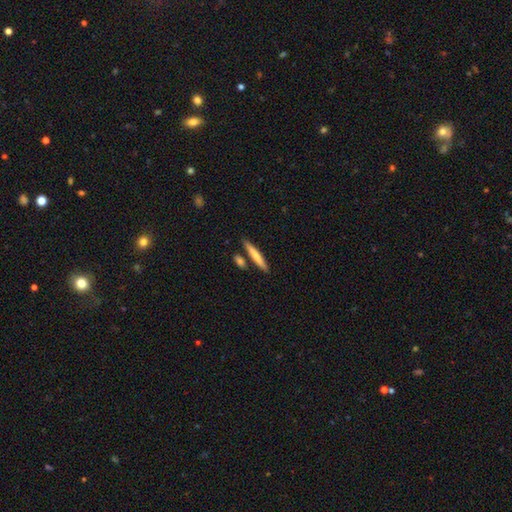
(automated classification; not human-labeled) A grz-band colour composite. It shows a smooth galaxy with no disk features (70%) that is cigar-shaped (90%). Merging: none (79%).